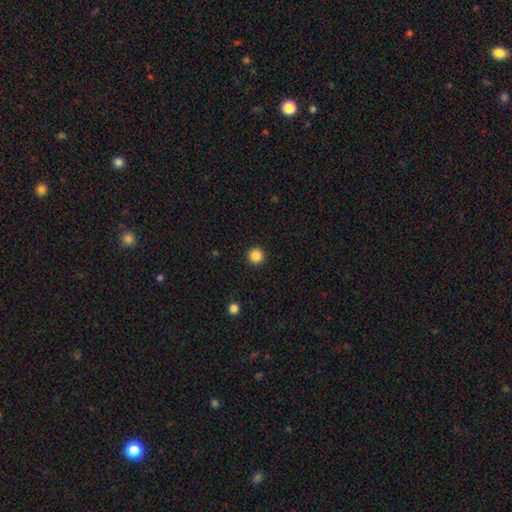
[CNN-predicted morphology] A smooth galaxy with no disk features (85%) that is round (96%).

Vote fractions:
- Smooth or featured? smooth: 85% / star or artifact: 11% / featured or disk: 4%
- How rounded? round: 96% / in between: 3% / cigar-shaped: 1%
- Merging? none: 93% / minor disturbance: 4% / major disturbance: 2% / merger: 1%